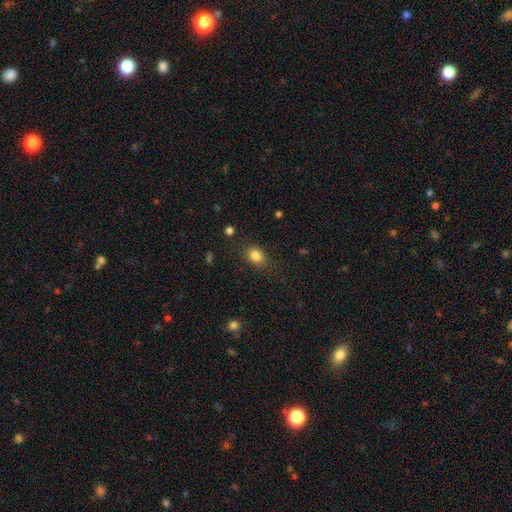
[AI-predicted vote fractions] smooth 83%, star or artifact 11%, featured or disk 6%. Down the decision tree: how rounded — in between (53%); merging — none (77%).